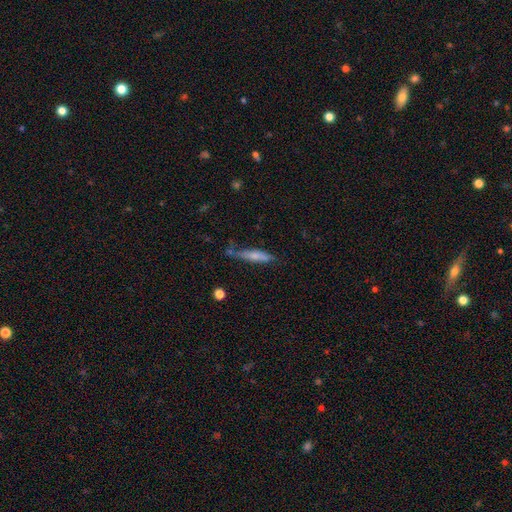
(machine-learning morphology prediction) A smooth galaxy with no disk features (65%) that is cigar-shaped (80%).

Vote fractions:
- Smooth or featured? smooth: 65% / featured or disk: 28% / star or artifact: 7%
- How rounded? cigar-shaped: 80% / in between: 18% / round: 2%
- Merging? none: 57% / minor disturbance: 27% / major disturbance: 10% / merger: 7%